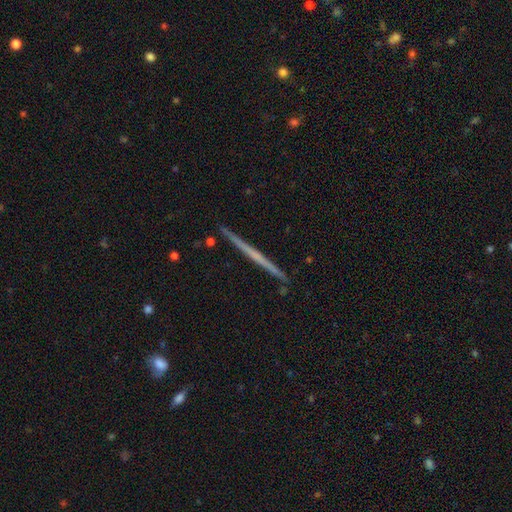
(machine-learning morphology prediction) type=featured or disk (65%); edge-on=yes (98%); edge-on bulge=none (82%); merging=none (92%).